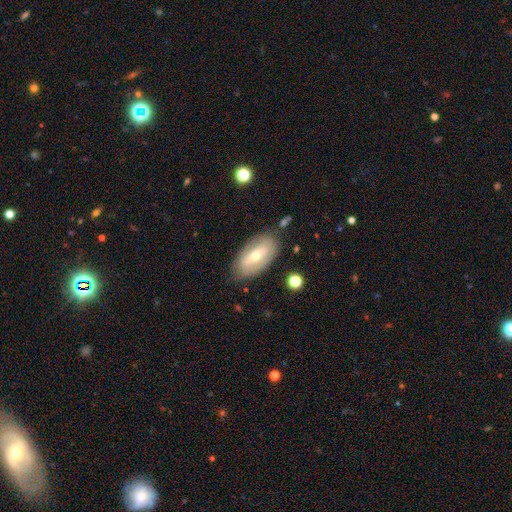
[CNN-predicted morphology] Smooth or featured? Predicted: featured or disk (p=0.53). Edge-on disk? Predicted: no (p=0.84). Merging? Predicted: none (p=0.78).